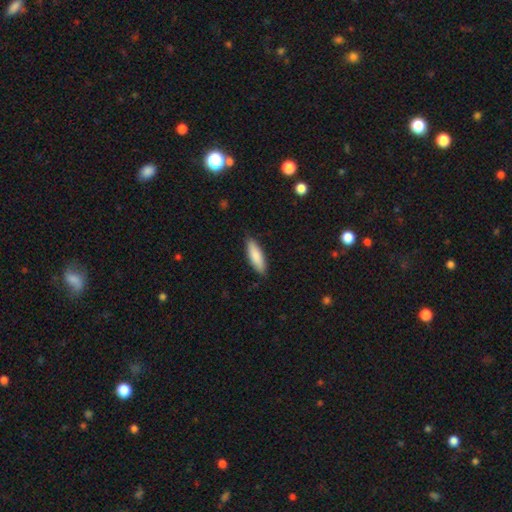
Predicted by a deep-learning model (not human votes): smooth-or-featured: smooth: 85% | featured or disk: 10% | star or artifact: 5%
  how-rounded: cigar-shaped: 51% | in between: 48% | round: 1%
  merging: none: 87% | minor disturbance: 10% | major disturbance: 2% | merger: 1%